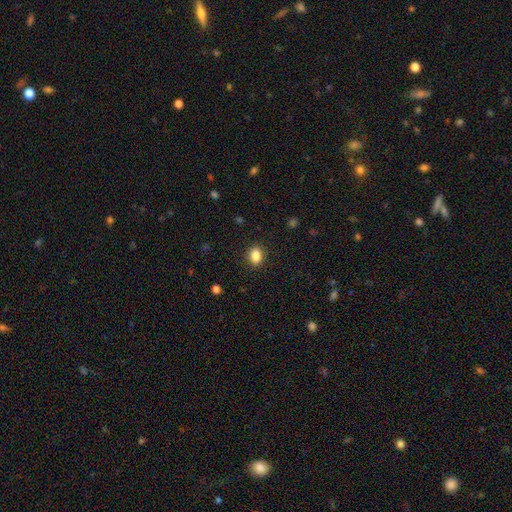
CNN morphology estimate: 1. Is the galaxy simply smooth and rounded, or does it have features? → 86% smooth, 9% star or artifact, 4% featured or disk.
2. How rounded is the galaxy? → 72% in between, 27% round, 1% cigar-shaped.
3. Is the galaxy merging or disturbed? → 89% none, 8% minor disturbance, 2% major disturbance, 1% merger.